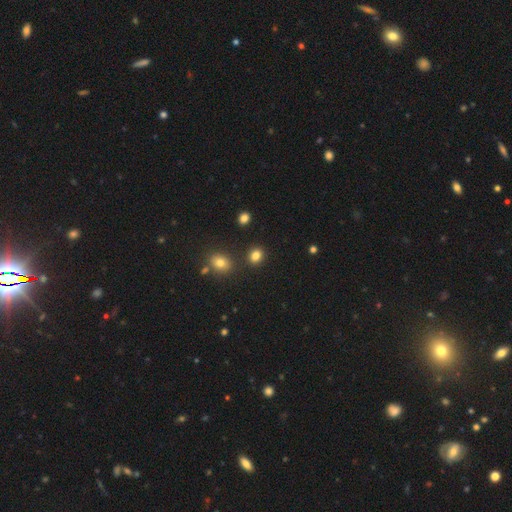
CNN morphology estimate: smooth_or_featured: smooth (p=0.83) [alt: star or artifact p=0.12]
how_rounded: round (p=0.64) [alt: in between p=0.35]
merging: none (p=0.85) [alt: minor disturbance p=0.08]